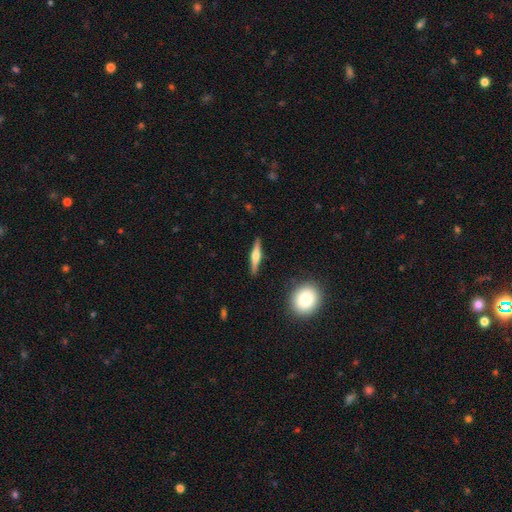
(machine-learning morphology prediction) smooth_or_featured: featured or disk (p=0.58) [alt: smooth p=0.36]
disk_edge_on: yes (p=0.96) [alt: no p=0.04]
edge_on_bulge: rounded (p=0.84) [alt: boxy p=0.10]
merging: none (p=0.90) [alt: minor disturbance p=0.07]